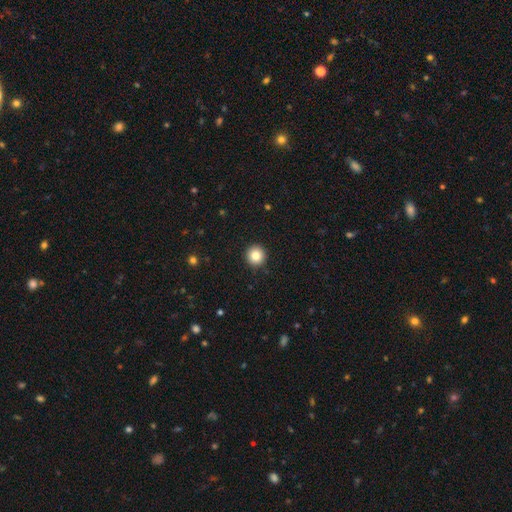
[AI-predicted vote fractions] This is clearly a smooth galaxy (83%). How rounded: clearly round (96%). Merging: clearly none (93%).